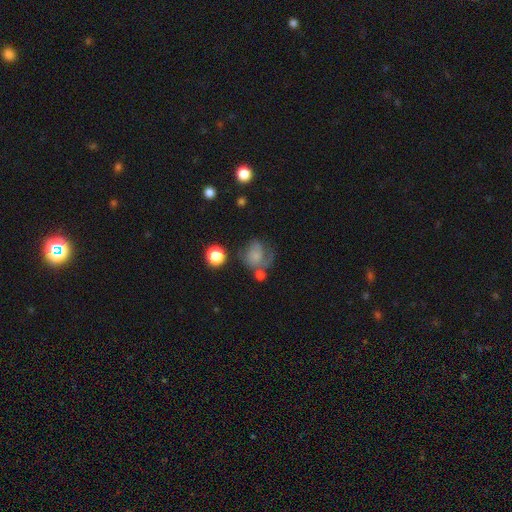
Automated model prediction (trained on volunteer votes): This is possibly a smooth galaxy (48%). Merging: marginally none (34%).